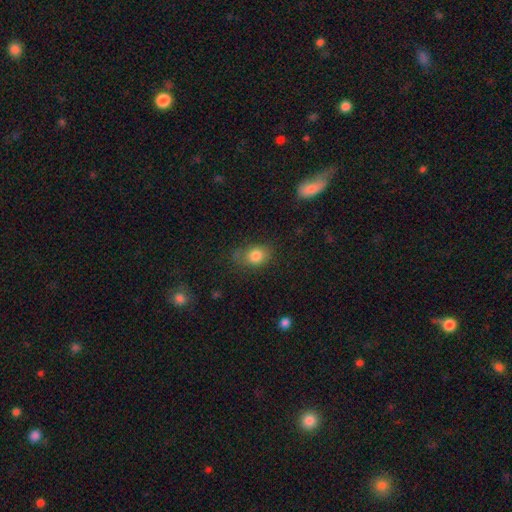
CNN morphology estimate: type=smooth (82%); roundness=in between (62%); merging=none (62%).